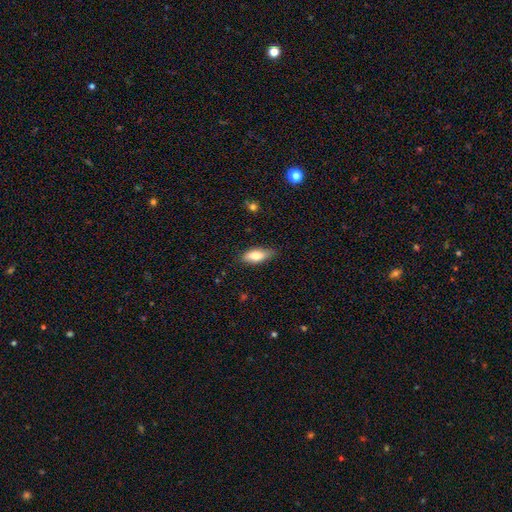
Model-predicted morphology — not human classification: smooth-or-featured: smooth: 77% | featured or disk: 16% | star or artifact: 7%
  how-rounded: in between: 77% | cigar-shaped: 20% | round: 3%
  merging: none: 76% | minor disturbance: 19% | major disturbance: 3% | merger: 1%